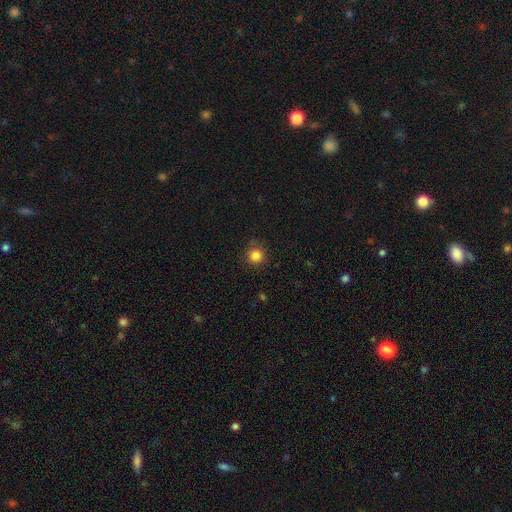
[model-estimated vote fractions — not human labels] Morphology: type=smooth (84%); roundness=round (93%); merging=none (83%).